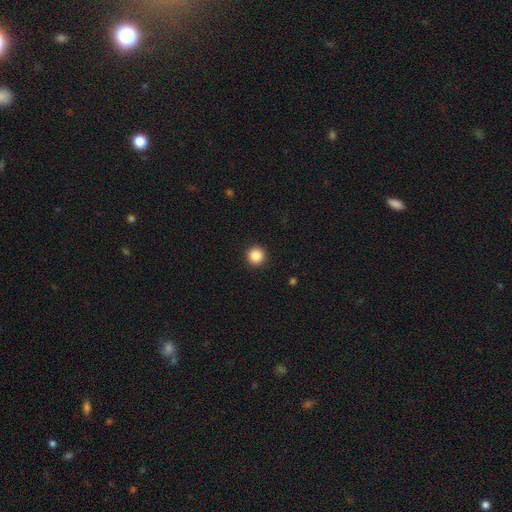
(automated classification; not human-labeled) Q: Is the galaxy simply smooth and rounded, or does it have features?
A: smooth — 86%.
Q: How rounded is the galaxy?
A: round — 96%.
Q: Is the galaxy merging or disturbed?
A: none — 94%.